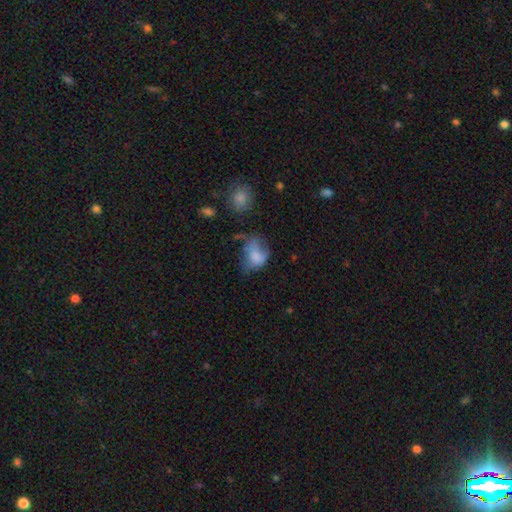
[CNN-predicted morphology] smooth-or-featured: smooth: 65% | featured or disk: 24% | star or artifact: 11%
  how-rounded: in between: 72% | round: 27% | cigar-shaped: 1%
  merging: major disturbance: 38% | minor disturbance: 28% | none: 27% | merger: 7%